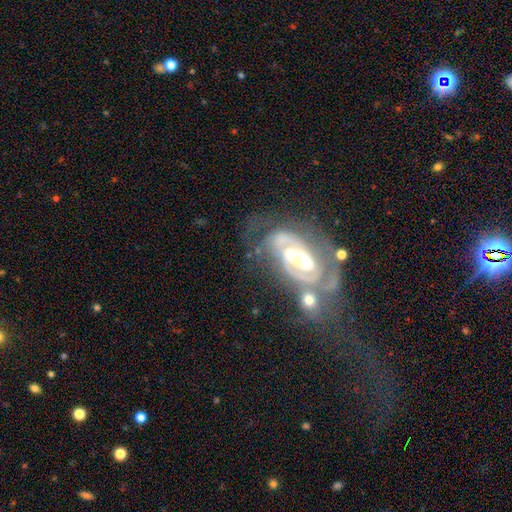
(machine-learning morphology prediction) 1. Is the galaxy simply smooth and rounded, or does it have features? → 69% featured or disk, 18% smooth, 14% star or artifact.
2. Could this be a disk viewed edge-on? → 87% no, 13% yes.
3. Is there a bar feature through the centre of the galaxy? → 46% no, 30% weak, 23% strong.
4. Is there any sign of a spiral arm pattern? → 60% yes, 40% no.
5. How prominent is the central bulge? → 47% moderate, 22% large, 20% small, 7% none, 5% dominant.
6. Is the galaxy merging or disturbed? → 50% major disturbance, 20% none, 17% merger, 13% minor disturbance.